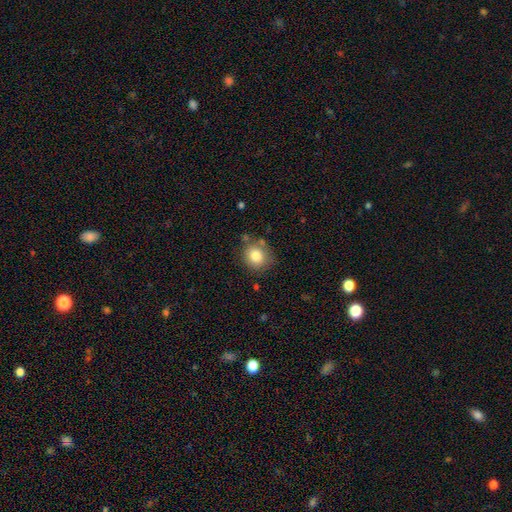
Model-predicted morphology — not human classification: smooth 81%, star or artifact 10%, featured or disk 9%. Down the decision tree: how rounded — round (80%); merging — none (76%).